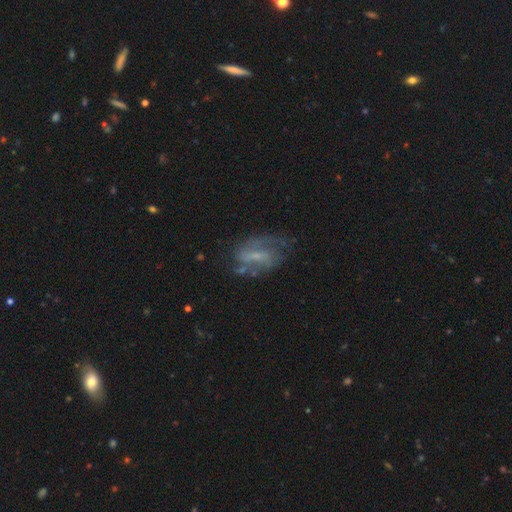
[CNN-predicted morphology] smooth_or_featured: featured or disk (p=0.73) [alt: smooth p=0.18]
disk_edge_on: no (p=0.95) [alt: yes p=0.05]
bar: weak (p=0.49) [alt: no p=0.29]
has_spiral_arms: yes (p=0.82) [alt: no p=0.18]
spiral_winding: medium (p=0.45) [alt: loose p=0.31]
spiral_arm_count: 2 (p=0.64) [alt: can't tell p=0.19]
bulge_size: small (p=0.57) [alt: none p=0.21]
merging: none (p=0.55) [alt: minor disturbance p=0.22]